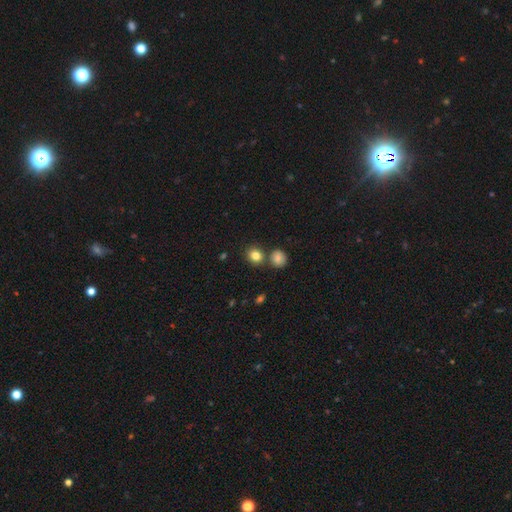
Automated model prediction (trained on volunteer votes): Q: Smooth or featured?
A: smooth (83%); runner-up: star or artifact (11%)
Q: How rounded?
A: round (76%); runner-up: in between (23%)
Q: Merging?
A: none (69%); runner-up: merger (19%)